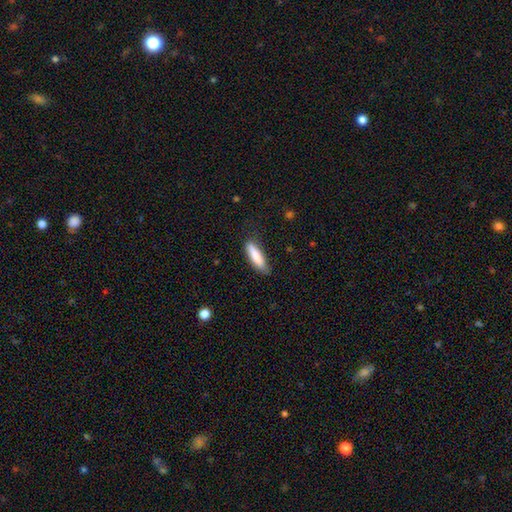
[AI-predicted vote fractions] This appears to be a smooth galaxy with no disk features (82%) that is cigar-shaped (69%). Merging: none (76%).